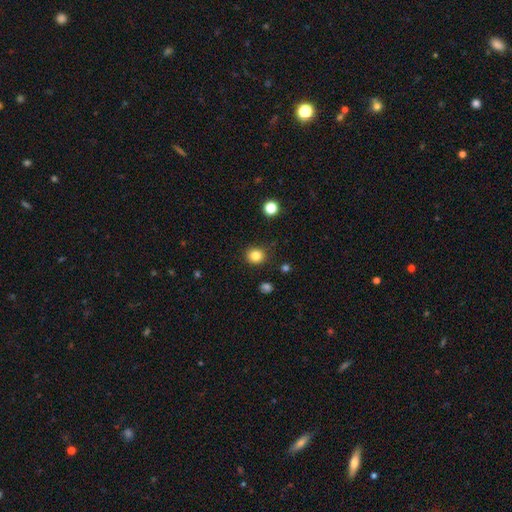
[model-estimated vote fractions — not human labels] A smooth galaxy with no disk features (83%) that is round (86%).

Vote fractions:
- Smooth or featured? smooth: 83% / star or artifact: 12% / featured or disk: 5%
- How rounded? round: 86% / in between: 13% / cigar-shaped: 1%
- Merging? none: 88% / minor disturbance: 8% / major disturbance: 2% / merger: 2%